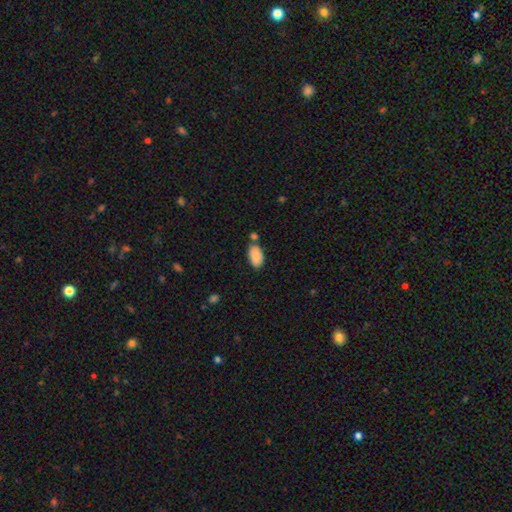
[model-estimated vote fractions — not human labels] Q: Smooth or featured?
A: smooth (88%); runner-up: star or artifact (7%)
Q: How rounded?
A: in between (95%); runner-up: round (4%)
Q: Merging?
A: none (68%); runner-up: merger (15%)